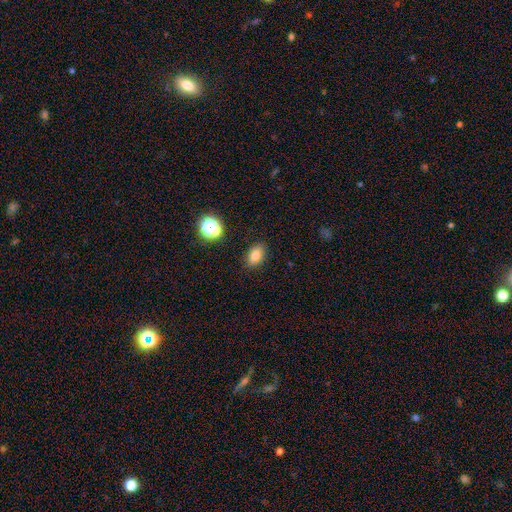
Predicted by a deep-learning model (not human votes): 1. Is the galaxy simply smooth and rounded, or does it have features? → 78% smooth, 13% star or artifact, 9% featured or disk.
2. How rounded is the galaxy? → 81% in between, 17% round, 2% cigar-shaped.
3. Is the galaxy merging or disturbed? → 85% none, 11% minor disturbance, 3% major disturbance, 2% merger.